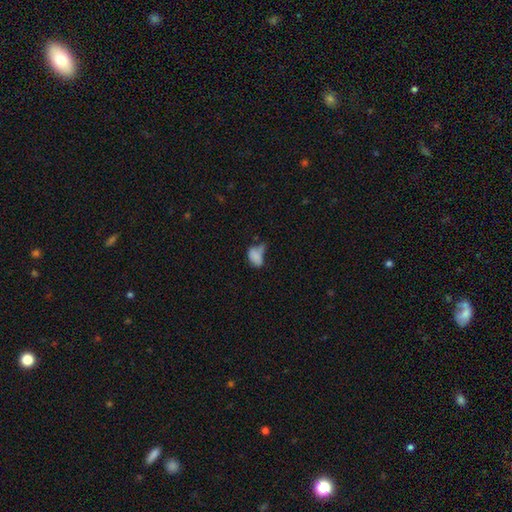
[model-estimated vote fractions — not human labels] Q: Smooth or featured?
A: smooth (74%); runner-up: featured or disk (15%)
Q: How rounded?
A: in between (87%); runner-up: round (11%)
Q: Merging?
A: minor disturbance (29%); runner-up: none (27%)